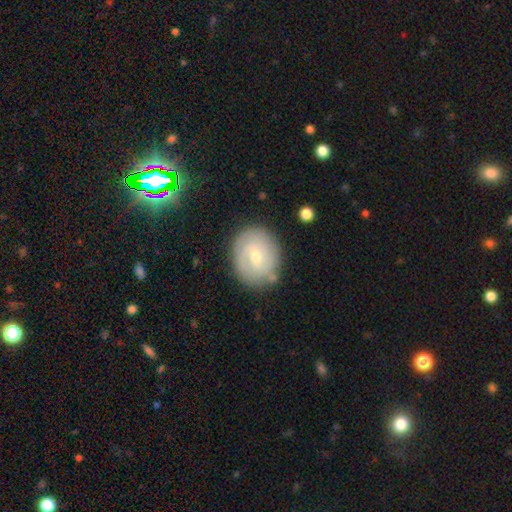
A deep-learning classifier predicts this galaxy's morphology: Q: Smooth or featured?
A: featured or disk (56%); runner-up: smooth (36%)
Q: Edge-on disk?
A: no (96%); runner-up: yes (4%)
Q: Bar?
A: no (62%); runner-up: weak (32%)
Q: Spiral arms?
A: yes (71%); runner-up: no (29%)
Q: Bulge size?
A: small (62%); runner-up: moderate (35%)
Q: Merging?
A: none (80%); runner-up: minor disturbance (14%)